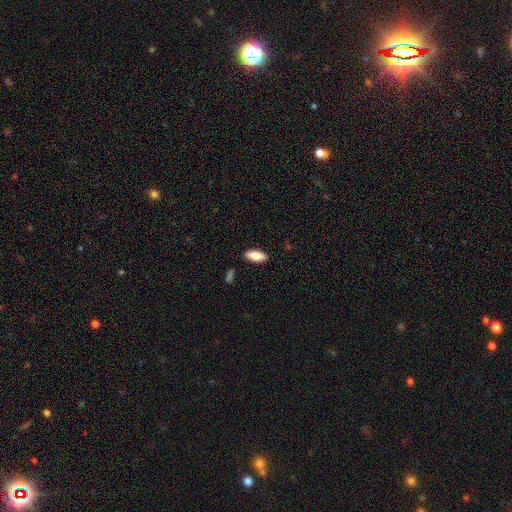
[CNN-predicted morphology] Smooth or featured: smooth — 79% (featured or disk — 15%)
How rounded: in between — 82% (cigar-shaped — 16%)
Merging: none — 88% (minor disturbance — 8%)